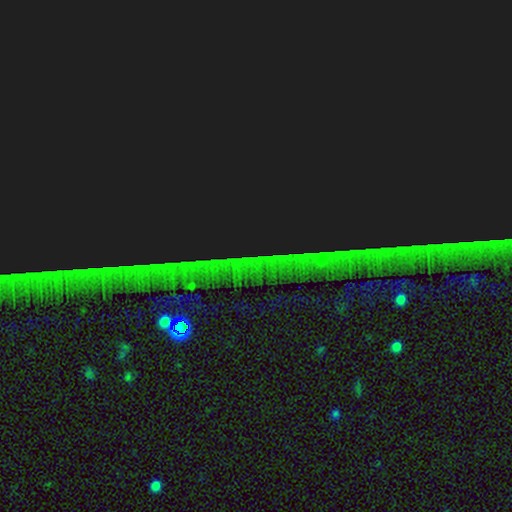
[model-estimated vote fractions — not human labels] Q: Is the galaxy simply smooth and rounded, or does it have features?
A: star or artifact — 85%.